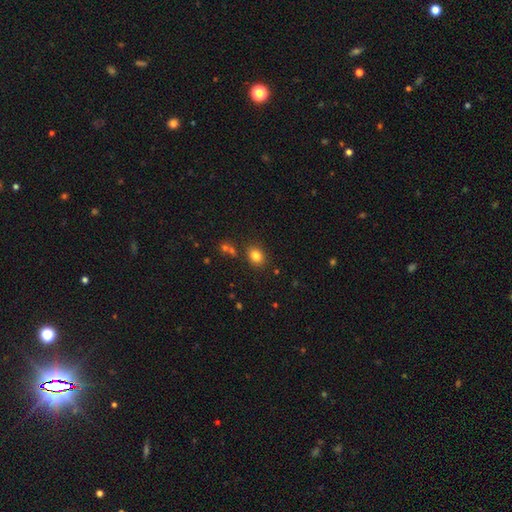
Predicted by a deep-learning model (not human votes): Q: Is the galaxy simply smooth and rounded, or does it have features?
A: smooth — 82%.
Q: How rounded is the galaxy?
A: in between — 50%.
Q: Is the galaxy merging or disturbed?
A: none — 82%.